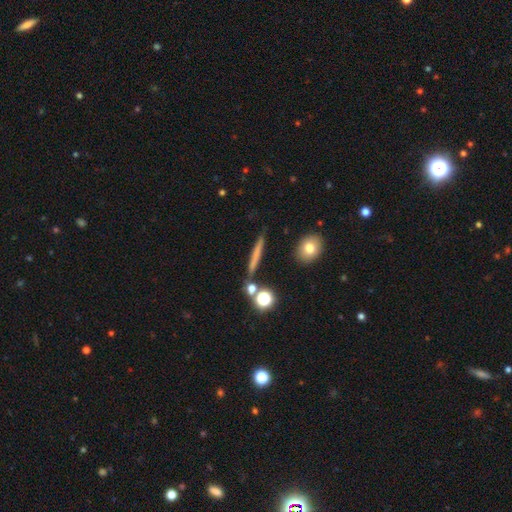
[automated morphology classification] The model was most divided on "smooth or featured": smooth: 59%, featured or disk: 31%, star or artifact: 11%. More confident: how rounded — cigar-shaped (88%); merging — none (84%).